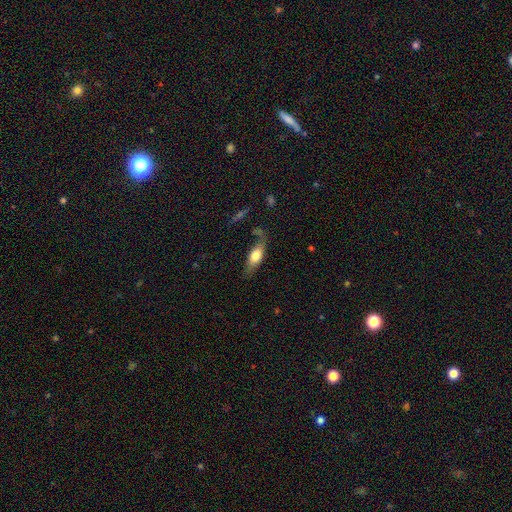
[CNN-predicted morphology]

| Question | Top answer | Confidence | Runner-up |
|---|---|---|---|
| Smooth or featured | smooth | 64% | featured or disk (29%) |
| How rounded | in between | 68% | cigar-shaped (29%) |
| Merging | none | 64% | minor disturbance (23%) |